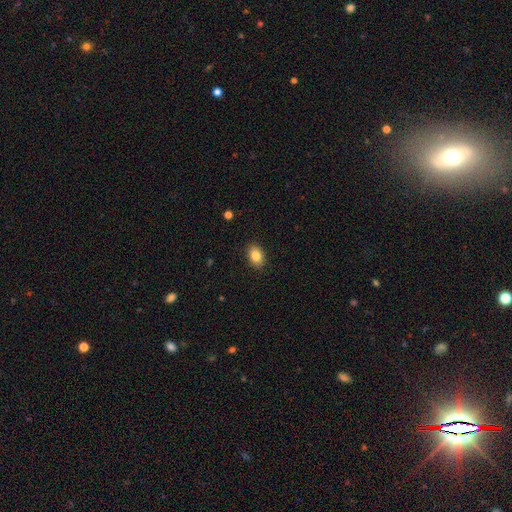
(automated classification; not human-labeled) smooth 85%, star or artifact 9%, featured or disk 7%. Down the decision tree: how rounded — in between (81%); merging — none (89%).